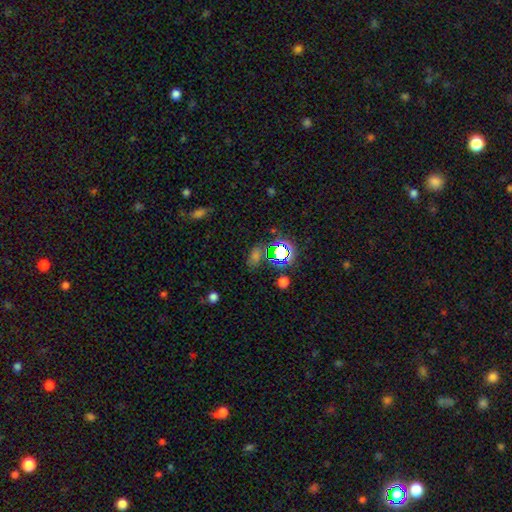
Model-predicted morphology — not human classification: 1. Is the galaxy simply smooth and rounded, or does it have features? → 56% star or artifact, 34% smooth, 10% featured or disk.